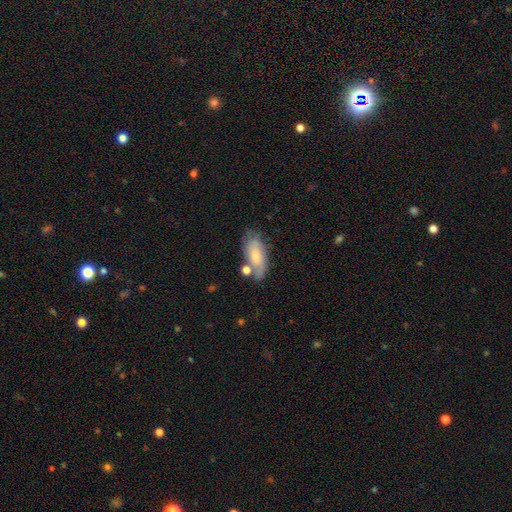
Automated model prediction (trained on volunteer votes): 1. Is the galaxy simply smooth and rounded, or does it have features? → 62% smooth, 31% featured or disk, 7% star or artifact.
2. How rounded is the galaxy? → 87% in between, 9% cigar-shaped, 4% round.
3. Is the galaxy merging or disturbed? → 55% none, 23% minor disturbance, 14% merger, 8% major disturbance.